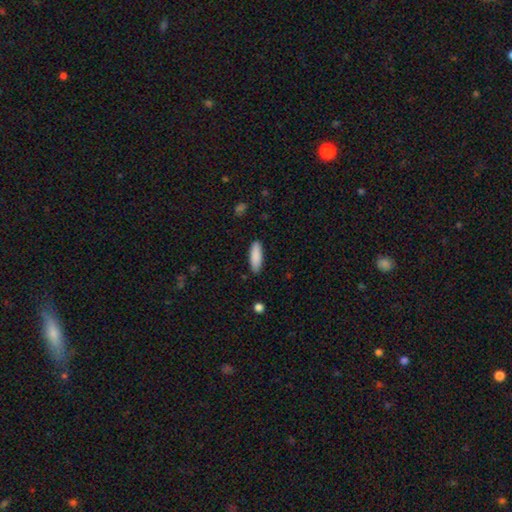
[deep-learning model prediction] Smooth or featured? smooth (88%)
How rounded? cigar-shaped (50%)
Merging? none (87%)